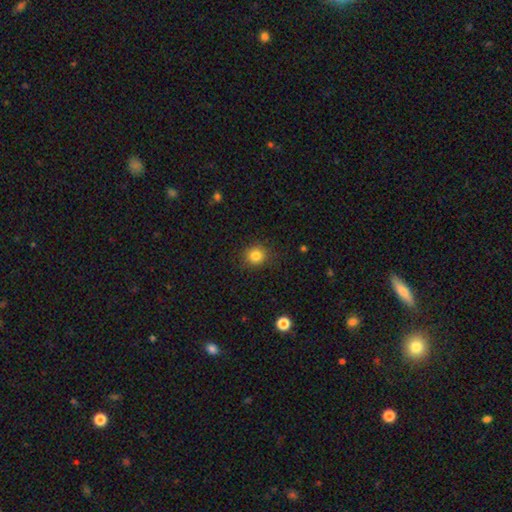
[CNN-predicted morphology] This appears to be a smooth galaxy with no disk features (84%) that is round (88%). Merging: none (88%).